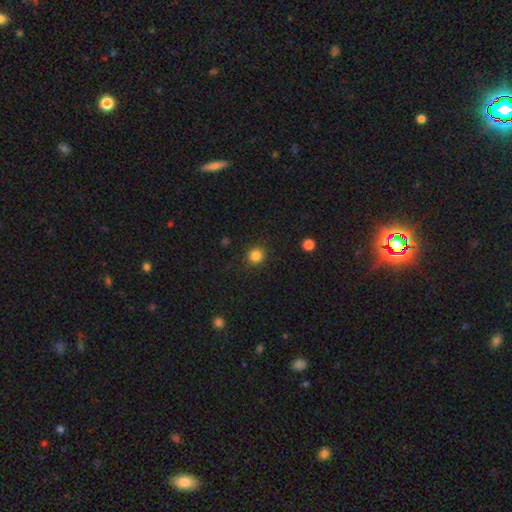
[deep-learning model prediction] smooth-or-featured: smooth: 85% | star or artifact: 12% | featured or disk: 4%
  how-rounded: round: 92% | in between: 7% | cigar-shaped: 1%
  merging: none: 89% | minor disturbance: 7% | major disturbance: 3% | merger: 1%